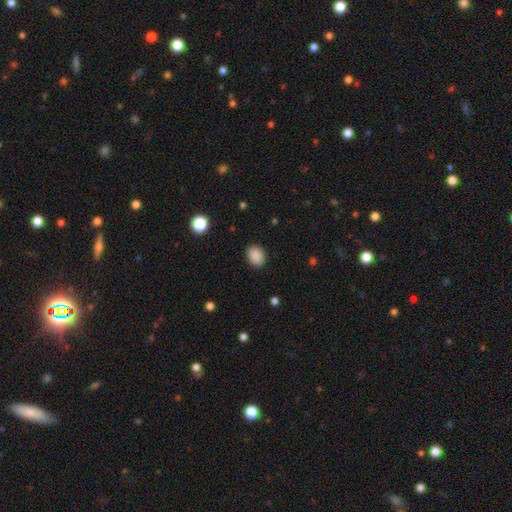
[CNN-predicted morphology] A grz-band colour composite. It shows a smooth galaxy with no disk features (88%) that is in between round and cigar-shaped (60%). Merging: none (88%).